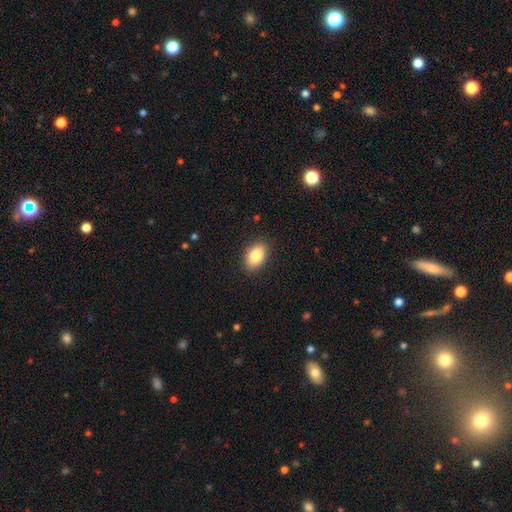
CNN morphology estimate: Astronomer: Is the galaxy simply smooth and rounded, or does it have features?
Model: smooth — 85%.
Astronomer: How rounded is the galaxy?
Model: in between — 89%.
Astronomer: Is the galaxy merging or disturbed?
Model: none — 89%.